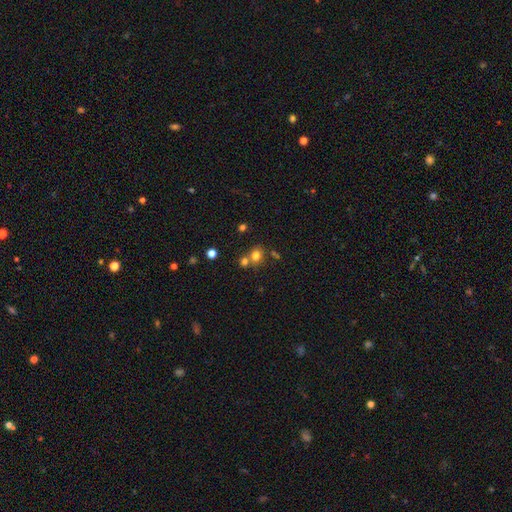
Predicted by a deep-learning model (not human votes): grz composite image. It shows a smooth galaxy with no disk features (76%) that is round (73%). Merging: none (54%).